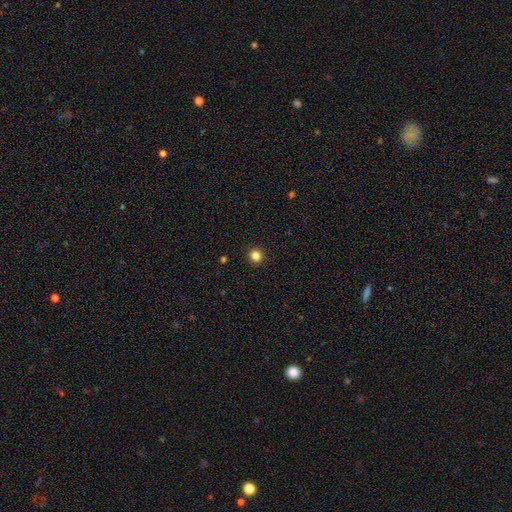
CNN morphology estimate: This is clearly a smooth galaxy (83%). How rounded: clearly round (90%). Merging: clearly none (92%).